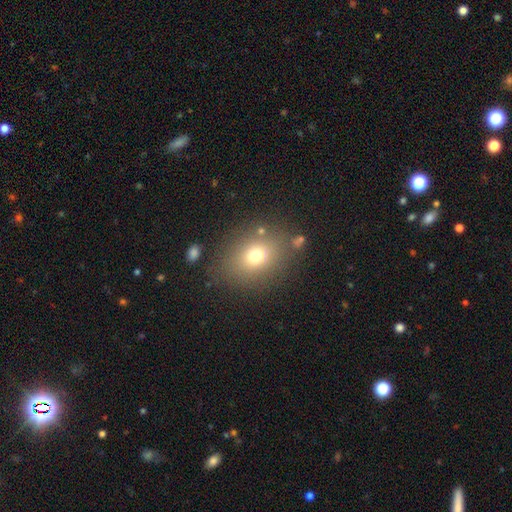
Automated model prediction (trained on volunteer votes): The model was most divided on "how rounded": round: 50%, in between: 49%, cigar-shaped: 1%. More confident: merging — none (79%); smooth or featured — smooth (72%).